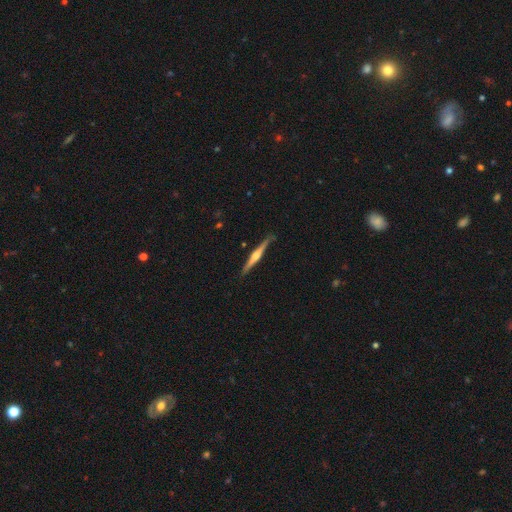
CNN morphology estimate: A featured or disk galaxy (75%) viewed edge-on (98%) with a rounded central bulge (84%). Merging: none (86%).